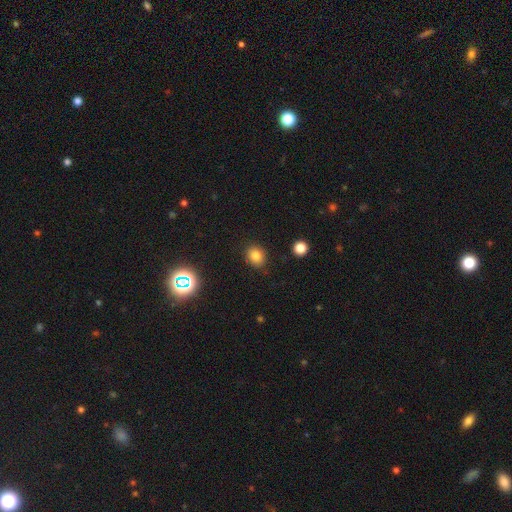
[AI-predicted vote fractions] smooth 81%, star or artifact 13%, featured or disk 6%. Down the decision tree: how rounded — round (63%); merging — none (87%).